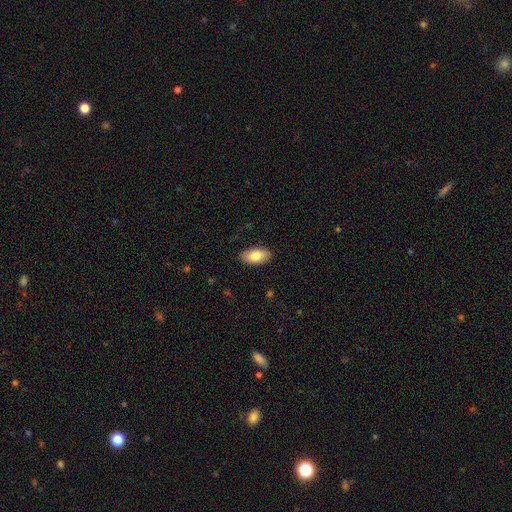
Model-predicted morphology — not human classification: This is clearly a smooth galaxy (81%). How rounded: clearly in between (94%). Merging: clearly none (87%).